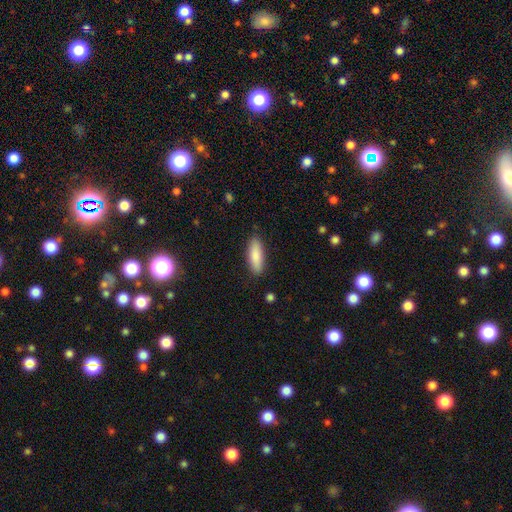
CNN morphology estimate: This appears to be a smooth galaxy with no disk features (85%) that is in between round and cigar-shaped (57%). Merging: none (87%).